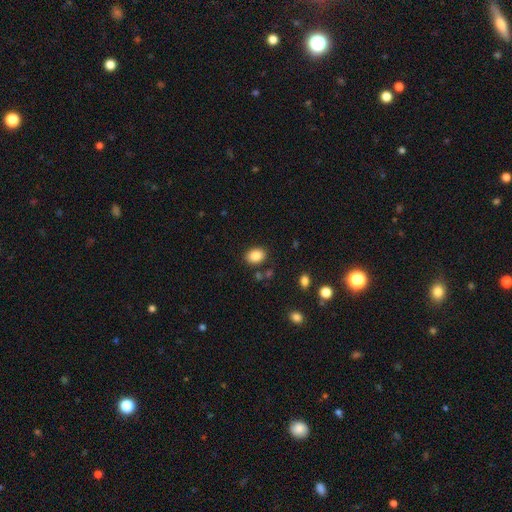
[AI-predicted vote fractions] Q: Smooth or featured?
A: smooth (86%); runner-up: star or artifact (9%)
Q: How rounded?
A: in between (66%); runner-up: round (33%)
Q: Merging?
A: none (84%); runner-up: minor disturbance (10%)